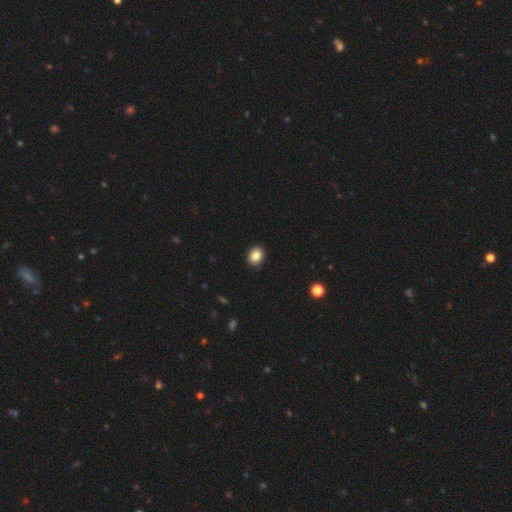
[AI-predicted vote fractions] A smooth galaxy with no disk features (85%) that is round (63%).

Vote fractions:
- Smooth or featured? smooth: 85% / star or artifact: 10% / featured or disk: 6%
- How rounded? round: 63% / in between: 36% / cigar-shaped: 1%
- Merging? none: 91% / minor disturbance: 6% / major disturbance: 2% / merger: 1%